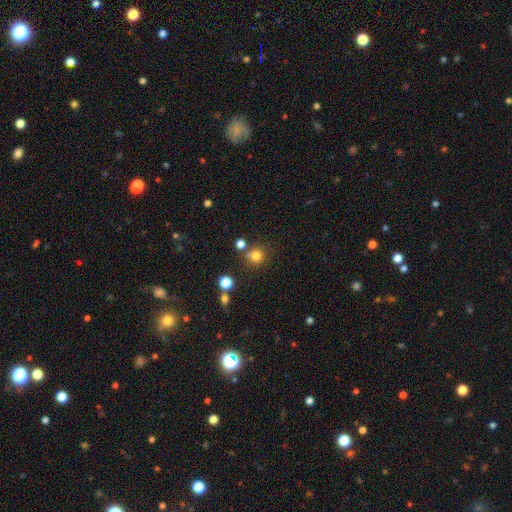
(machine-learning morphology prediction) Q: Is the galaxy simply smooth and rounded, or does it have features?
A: smooth — 77%.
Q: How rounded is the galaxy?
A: round — 91%.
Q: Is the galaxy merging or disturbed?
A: none — 70%.